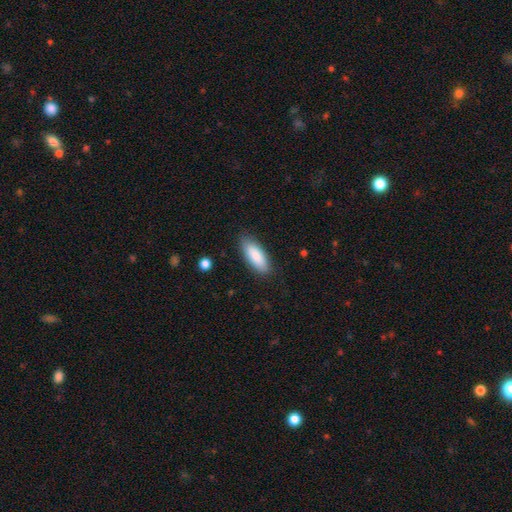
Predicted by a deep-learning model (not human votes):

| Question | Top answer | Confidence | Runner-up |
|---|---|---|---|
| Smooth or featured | smooth | 87% | featured or disk (7%) |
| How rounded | in between | 75% | cigar-shaped (23%) |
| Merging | none | 85% | minor disturbance (12%) |